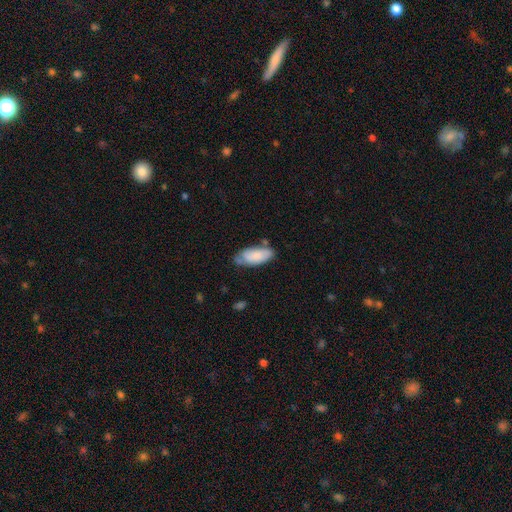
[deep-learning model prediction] Q: Smooth or featured?
A: smooth (76%); runner-up: featured or disk (17%)
Q: How rounded?
A: in between (87%); runner-up: cigar-shaped (11%)
Q: Merging?
A: none (54%); runner-up: minor disturbance (30%)